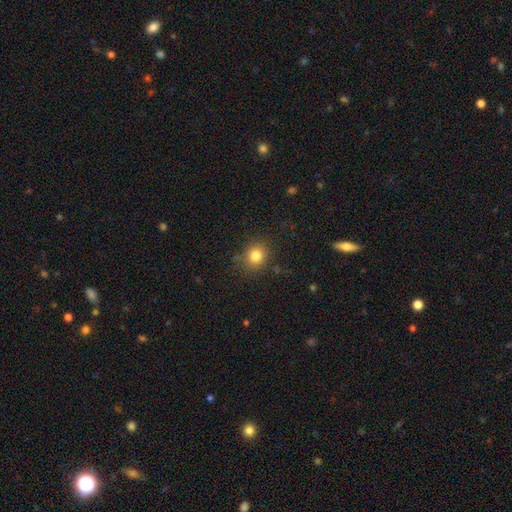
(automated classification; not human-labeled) Overall: smooth (81%). How rounded: round (77%). Merging: none (83%).